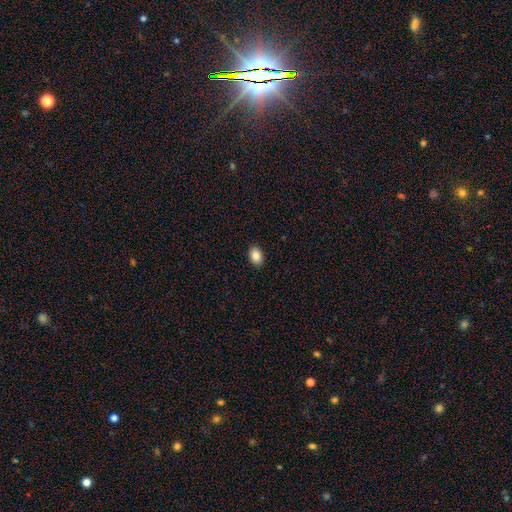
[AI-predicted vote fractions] smooth-or-featured: smooth: 87% | star or artifact: 8% | featured or disk: 5%
  how-rounded: in between: 79% | round: 20% | cigar-shaped: 1%
  merging: none: 91% | minor disturbance: 7% | major disturbance: 2% | merger: 1%